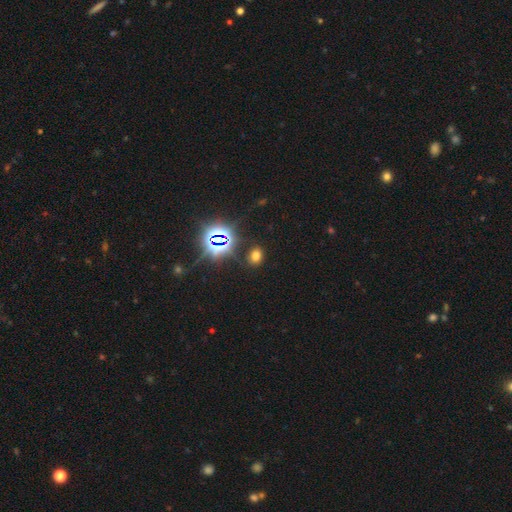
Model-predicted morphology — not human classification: Overall: smooth (59%; star or artifact 34%). How rounded: in between (63%; round 36%). Merging: none (84%).